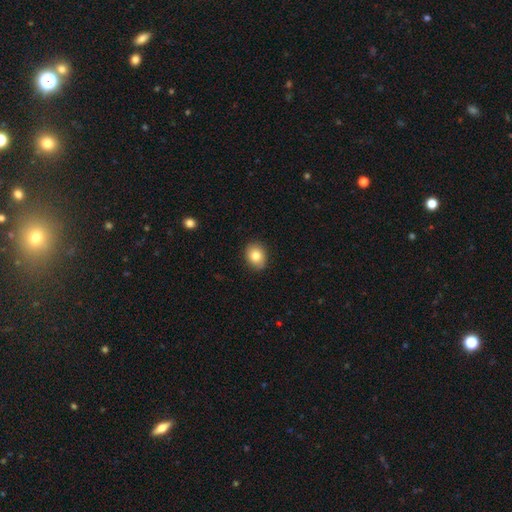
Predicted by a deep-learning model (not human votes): Smooth or featured?
  - smooth: 82% *
  - featured or disk: 10%
  - star or artifact: 9%
How rounded?
  - in between: 52% *
  - round: 47%
  - cigar-shaped: 1%
Merging?
  - none: 88% *
  - minor disturbance: 9%
  - major disturbance: 2%
  - merger: 1%